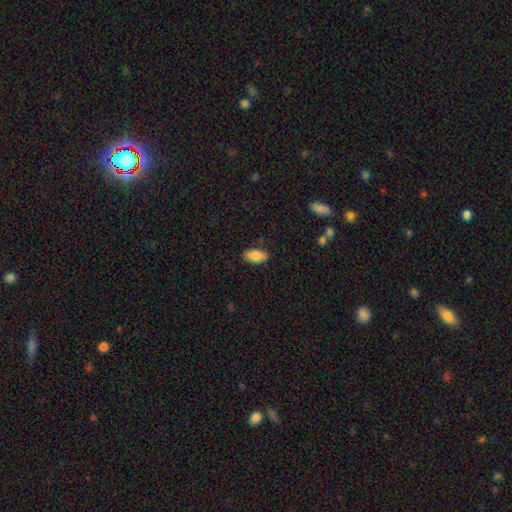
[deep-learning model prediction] This is clearly a smooth galaxy (84%). How rounded: clearly in between (93%). Merging: clearly none (85%).